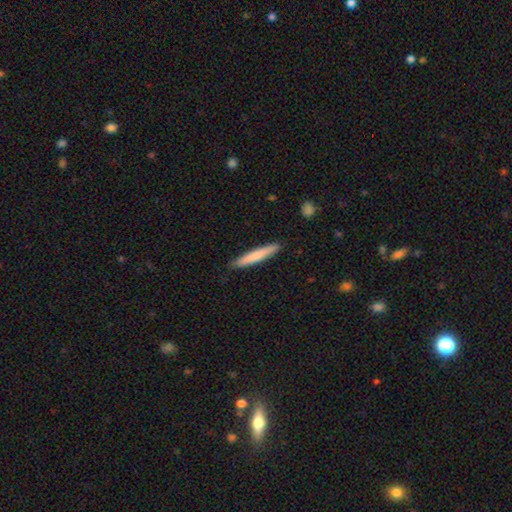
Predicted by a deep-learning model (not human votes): smooth 74%, featured or disk 21%, star or artifact 5%. Down the decision tree: how rounded — cigar-shaped (94%); merging — none (89%).